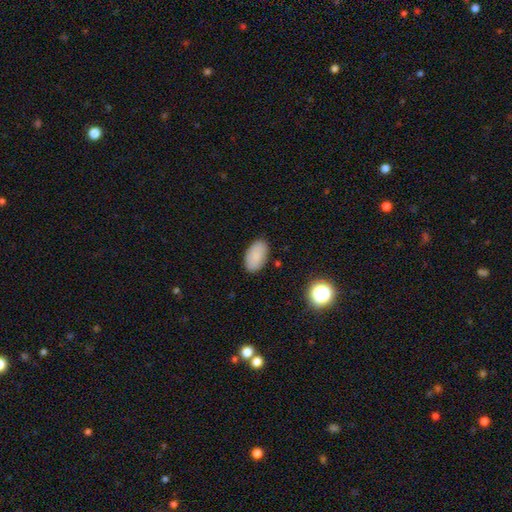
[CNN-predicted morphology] smooth 87%, star or artifact 8%, featured or disk 5%. Down the decision tree: how rounded — in between (94%); merging — none (86%).